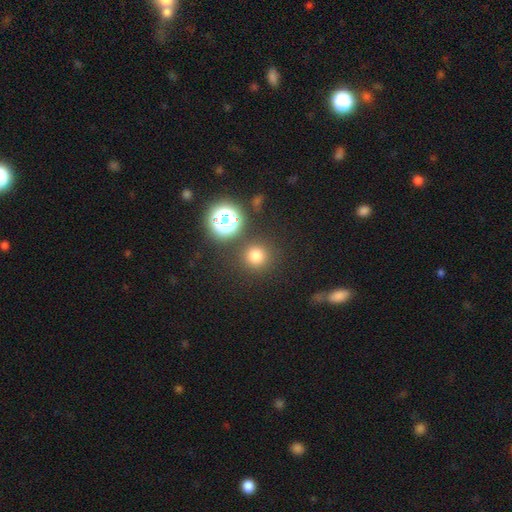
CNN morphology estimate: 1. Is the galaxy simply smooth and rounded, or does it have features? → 72% smooth, 22% star or artifact, 6% featured or disk.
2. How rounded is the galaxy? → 94% round, 5% in between, 1% cigar-shaped.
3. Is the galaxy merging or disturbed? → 85% none, 7% minor disturbance, 5% merger, 3% major disturbance.